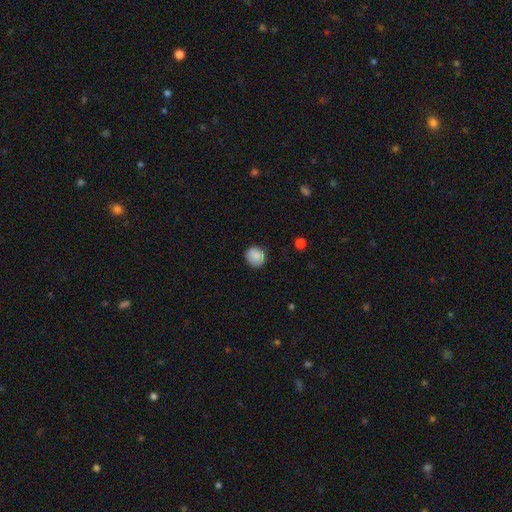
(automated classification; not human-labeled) This is clearly a smooth galaxy (87%). How rounded: clearly round (85%). Merging: clearly none (85%).